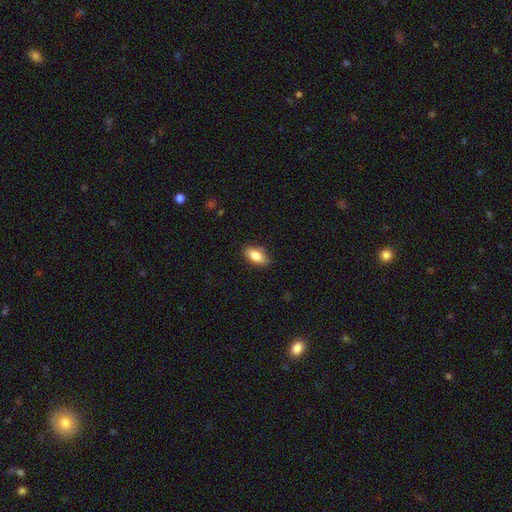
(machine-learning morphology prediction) Overall: smooth (82%). How rounded: in between (87%). Merging: none (82%).